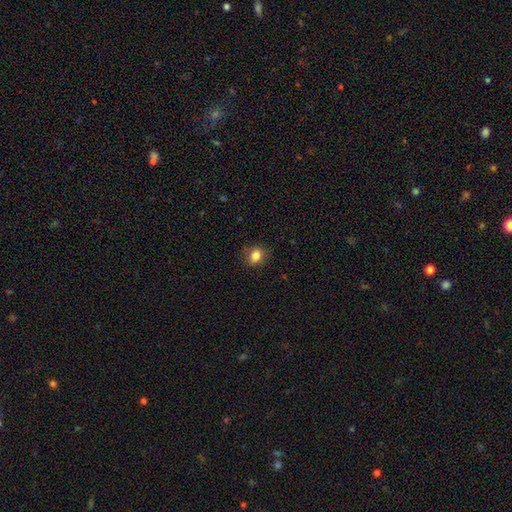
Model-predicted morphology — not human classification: Q: Smooth or featured?
A: smooth (83%); runner-up: star or artifact (11%)
Q: How rounded?
A: round (52%); runner-up: in between (46%)
Q: Merging?
A: none (84%); runner-up: minor disturbance (12%)